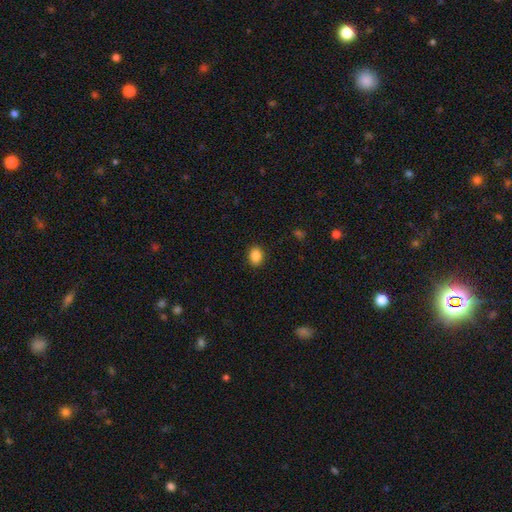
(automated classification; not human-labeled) Morphology: type=smooth (87%); roundness=in between (56%); merging=none (89%).